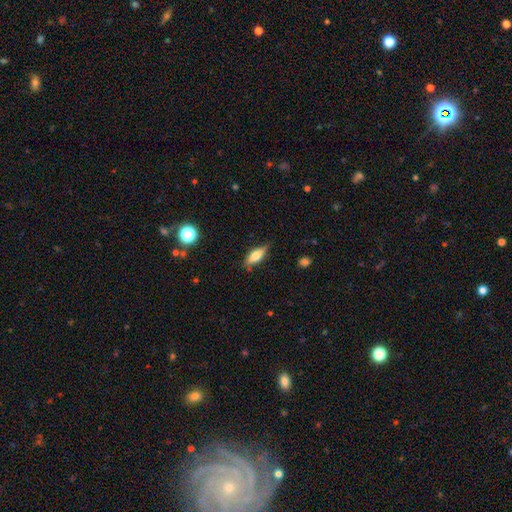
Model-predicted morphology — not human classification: Smooth or featured? smooth (66%)
How rounded? in between (65%)
Merging? none (74%)